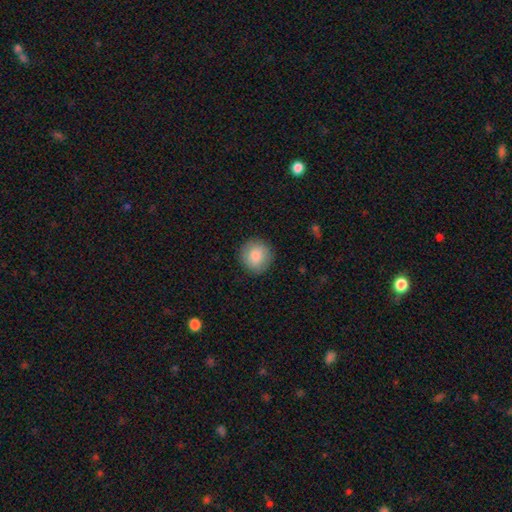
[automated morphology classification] Smooth or featured? smooth (84%)
How rounded? round (92%)
Merging? none (88%)